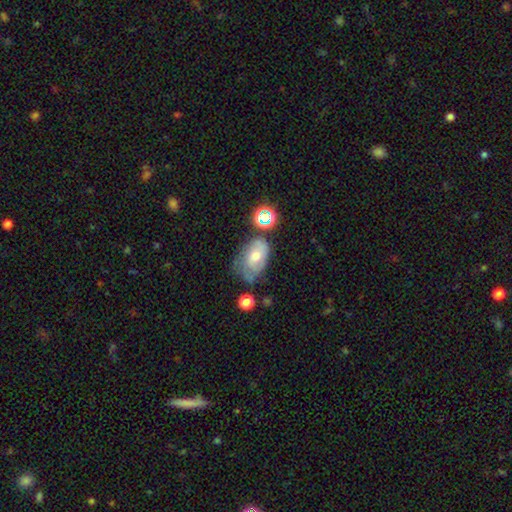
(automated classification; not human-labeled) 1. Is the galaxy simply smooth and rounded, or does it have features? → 50% smooth, 37% featured or disk, 13% star or artifact.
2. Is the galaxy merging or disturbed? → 38% none, 33% minor disturbance, 19% major disturbance, 9% merger.